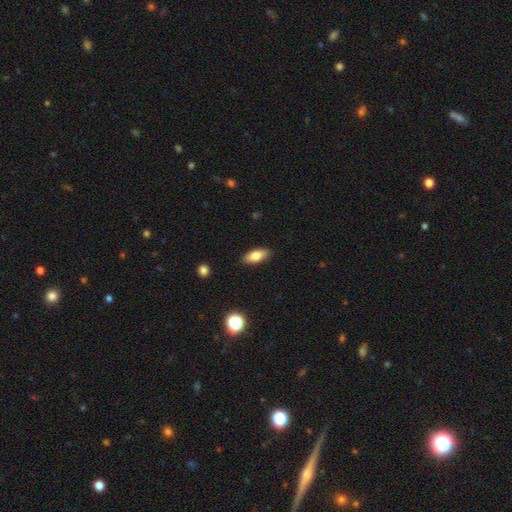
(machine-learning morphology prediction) A smooth galaxy with no disk features (78%) that is in between round and cigar-shaped (81%).

Vote fractions:
- Smooth or featured? smooth: 78% / featured or disk: 15% / star or artifact: 7%
- How rounded? in between: 81% / cigar-shaped: 16% / round: 3%
- Merging? none: 88% / minor disturbance: 9% / major disturbance: 2% / merger: 1%